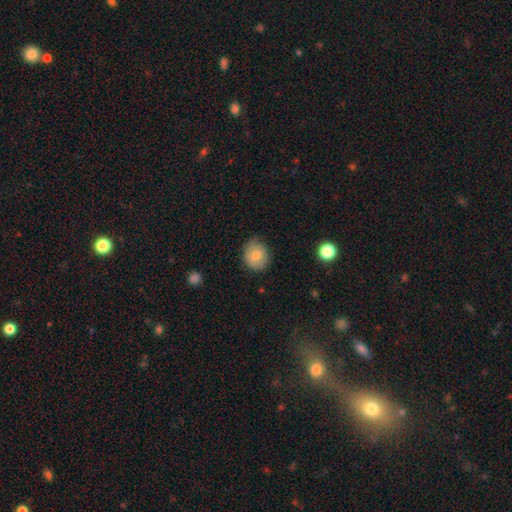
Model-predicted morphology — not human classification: This appears to be a smooth galaxy with no disk features (79%) that is round (79%). Merging: none (74%).